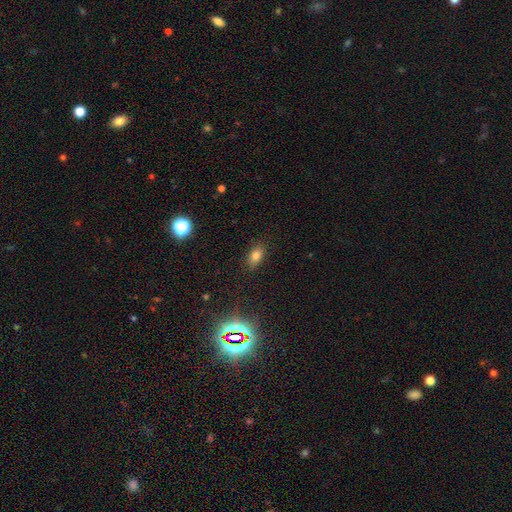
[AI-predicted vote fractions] This is likely a smooth galaxy (75%). How rounded: clearly in between (83%). Merging: clearly none (84%).